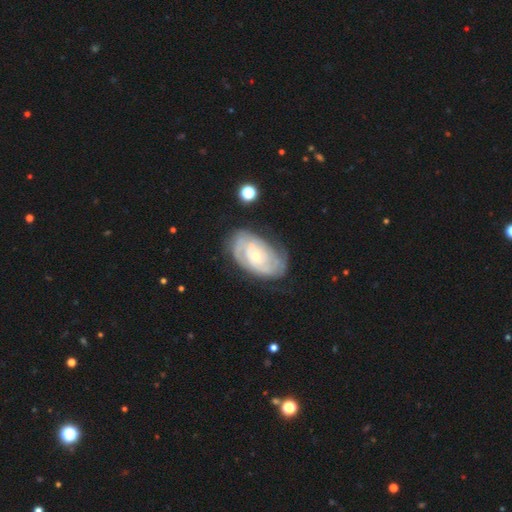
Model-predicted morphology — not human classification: type=featured or disk (81%); edge-on=no (96%); bar=no (77%); spiral arms=yes (88%); winding=tight (73%); arm count=can't tell (45%); bulge=small (63%); merging=none (70%).